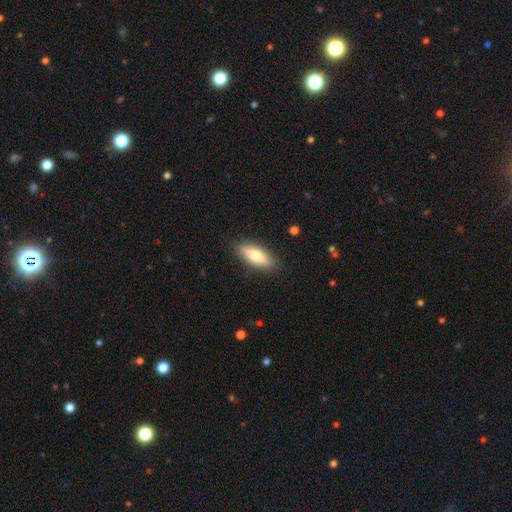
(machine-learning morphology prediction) type=smooth (80%); roundness=in between (66%); merging=none (87%).